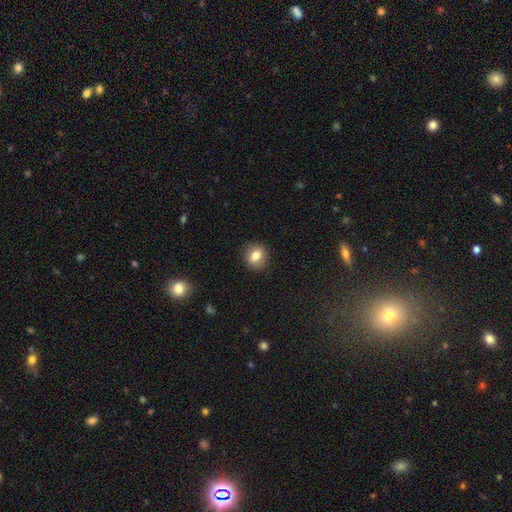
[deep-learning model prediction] smooth_or_featured: smooth (p=0.79) [alt: featured or disk p=0.12]
how_rounded: round (p=0.66) [alt: in between p=0.33]
merging: none (p=0.88) [alt: minor disturbance p=0.08]